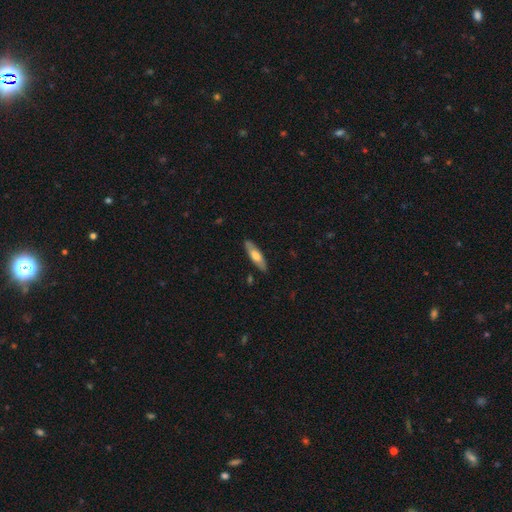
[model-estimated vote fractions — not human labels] smooth_or_featured: smooth (p=0.62) [alt: featured or disk p=0.33]
how_rounded: cigar-shaped (p=0.59) [alt: in between p=0.39]
merging: none (p=0.86) [alt: minor disturbance p=0.10]